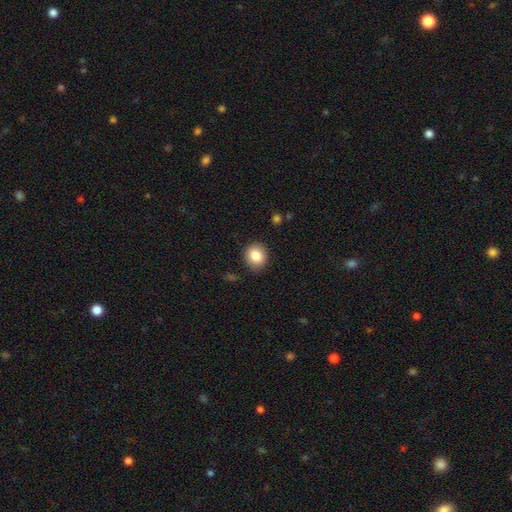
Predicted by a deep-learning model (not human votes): smooth-or-featured: smooth: 84% | star or artifact: 9% | featured or disk: 7%
  how-rounded: round: 74% | in between: 25% | cigar-shaped: 1%
  merging: none: 88% | minor disturbance: 9% | major disturbance: 2% | merger: 1%